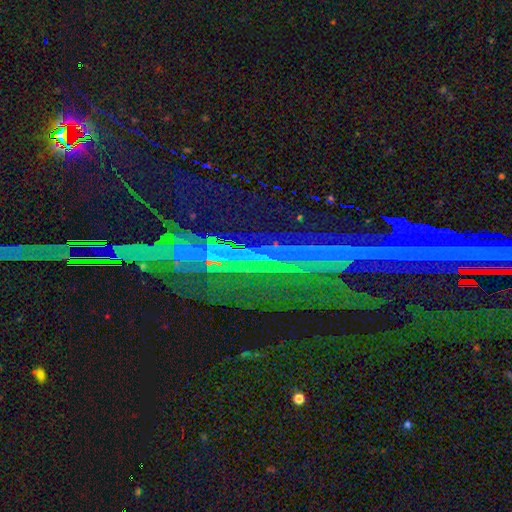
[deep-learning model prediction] smooth-or-featured: star or artifact: 85% | featured or disk: 9% | smooth: 6%